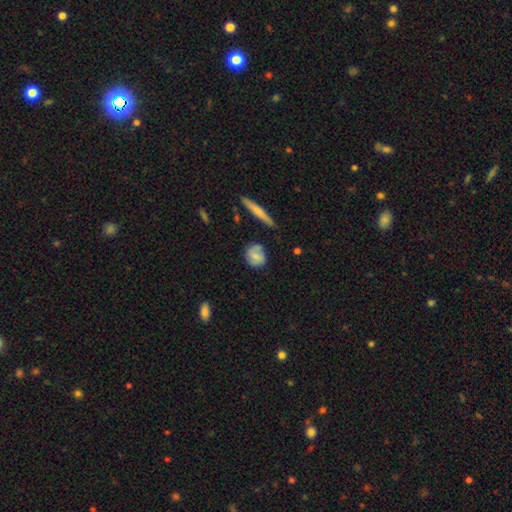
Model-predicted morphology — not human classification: type=smooth (55%); roundness=round (74%); merging=none (76%).